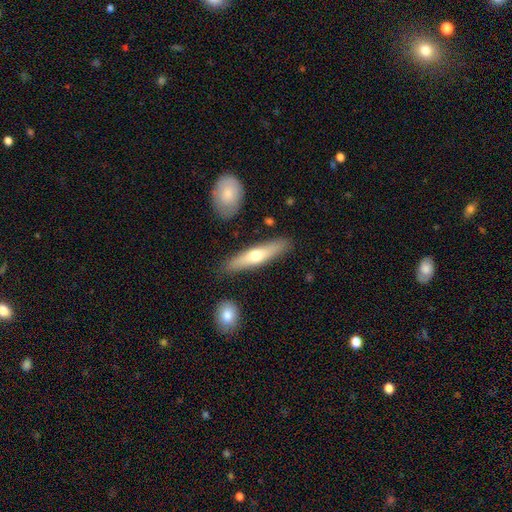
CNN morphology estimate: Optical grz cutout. It shows a smooth galaxy with no disk features (52%) that is cigar-shaped (79%). Merging: none (86%).